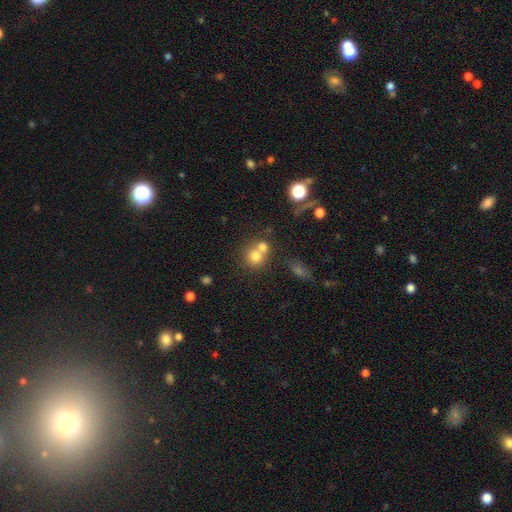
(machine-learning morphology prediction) A smooth galaxy with no disk features (73%) that is round (81%). Merging: merger (50%).